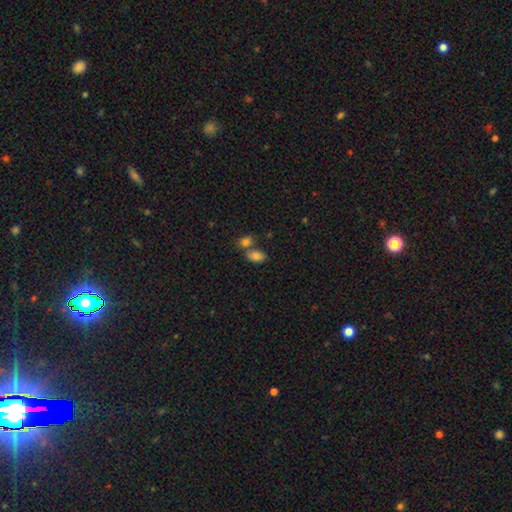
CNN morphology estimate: This is clearly a smooth galaxy (81%). How rounded: clearly in between (89%). Merging: possibly none (46%).